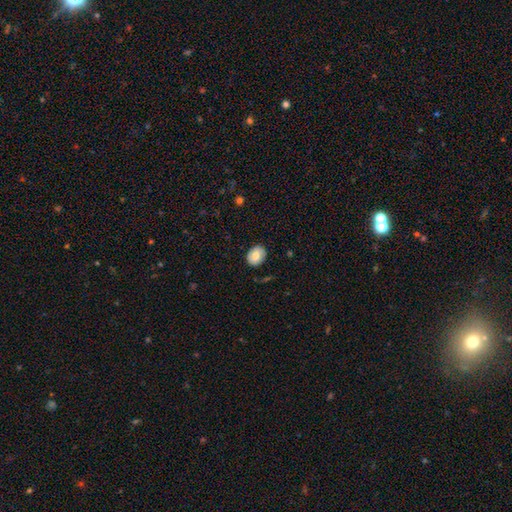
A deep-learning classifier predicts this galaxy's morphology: A smooth galaxy with no disk features (75%) that is round (50%). Merging: none (86%).